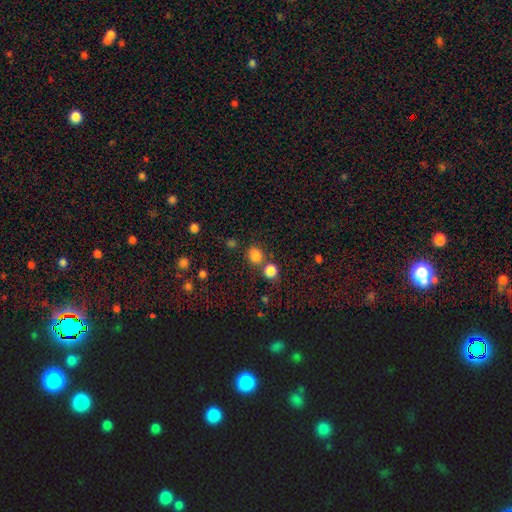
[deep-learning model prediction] Morphology: type=smooth (81%); roundness=round (74%); merging=none (69%).